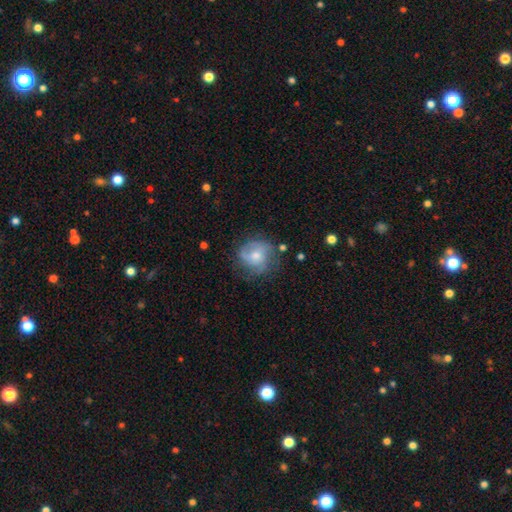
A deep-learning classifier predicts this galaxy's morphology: smooth_or_featured: featured or disk (p=0.60) [alt: smooth p=0.31]
disk_edge_on: no (p=0.97) [alt: yes p=0.03]
bar: no (p=0.71) [alt: weak p=0.25]
has_spiral_arms: yes (p=0.83) [alt: no p=0.17]
bulge_size: moderate (p=0.55) [alt: small p=0.38]
merging: none (p=0.64) [alt: minor disturbance p=0.23]